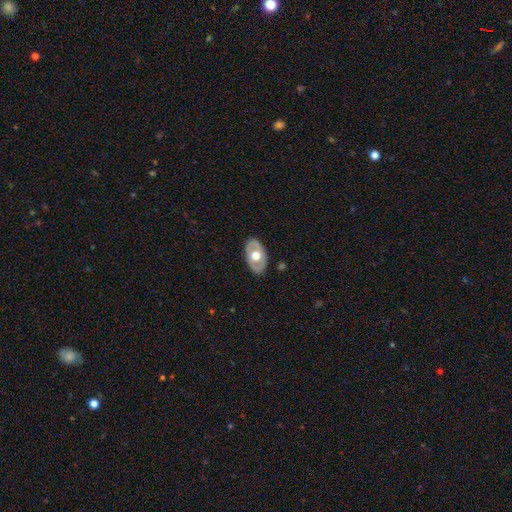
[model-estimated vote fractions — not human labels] Morphology: type=featured or disk (51%); edge-on=no (86%); merging=none (85%).